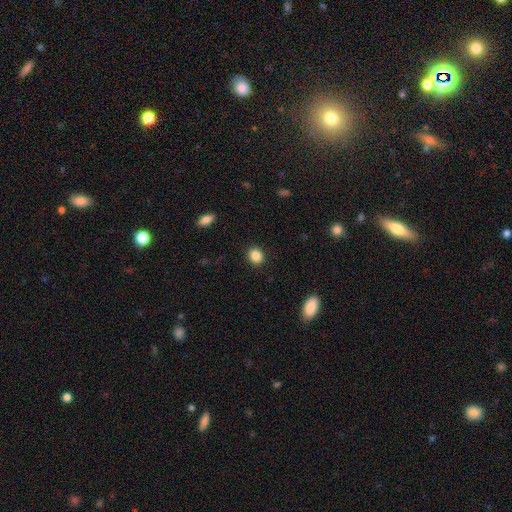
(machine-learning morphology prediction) Overall: smooth (87%). How rounded: round (64%; in between 35%). Merging: none (91%).